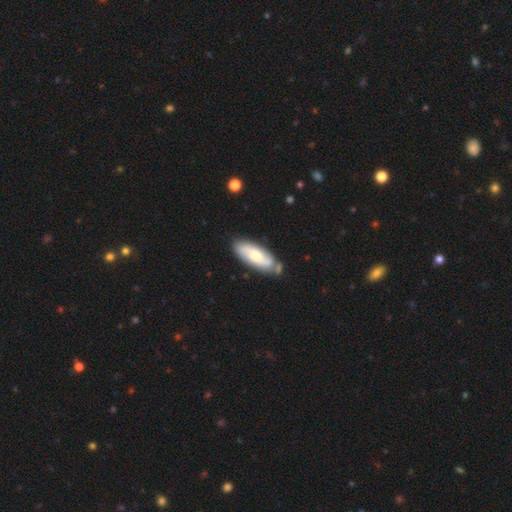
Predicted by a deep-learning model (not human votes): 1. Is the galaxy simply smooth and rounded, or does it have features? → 55% smooth, 40% featured or disk, 5% star or artifact.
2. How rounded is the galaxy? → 71% in between, 28% cigar-shaped, 2% round.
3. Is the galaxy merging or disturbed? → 69% none, 19% minor disturbance, 9% merger, 4% major disturbance.